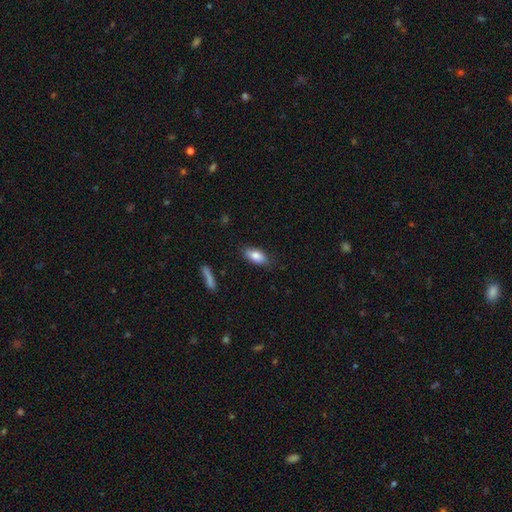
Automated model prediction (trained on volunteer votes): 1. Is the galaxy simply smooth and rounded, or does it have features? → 81% smooth, 12% featured or disk, 7% star or artifact.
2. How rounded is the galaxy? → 87% in between, 10% cigar-shaped, 3% round.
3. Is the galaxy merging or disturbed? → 82% none, 13% minor disturbance, 3% major disturbance, 2% merger.